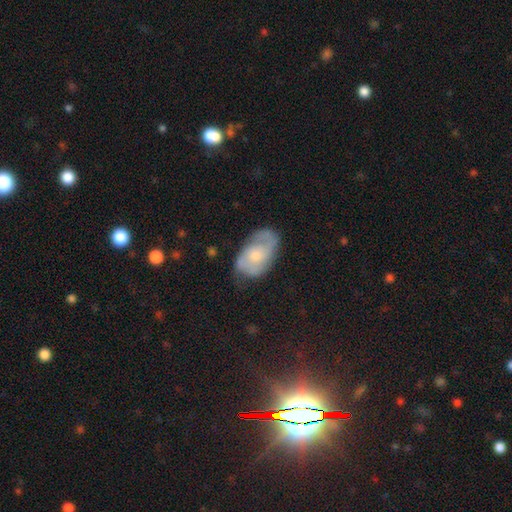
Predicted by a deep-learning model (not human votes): A featured or disk galaxy (55%) with no bar (72%), spiral arms (76%) and a moderate central bulge (47%). Merging: none (61%).